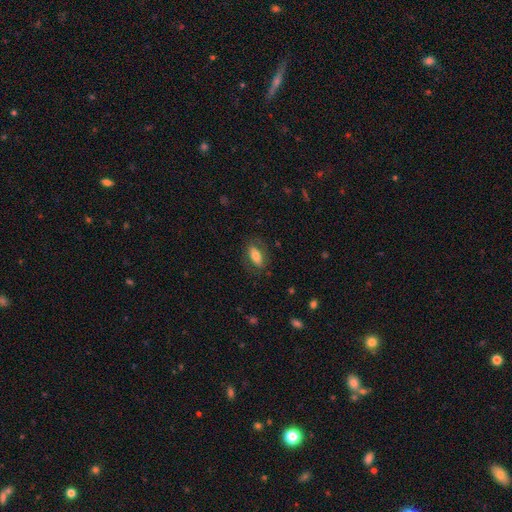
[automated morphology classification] The model was most divided on "smooth or featured": smooth: 70%, featured or disk: 23%, star or artifact: 7%. More confident: how rounded — in between (85%); merging — none (77%).